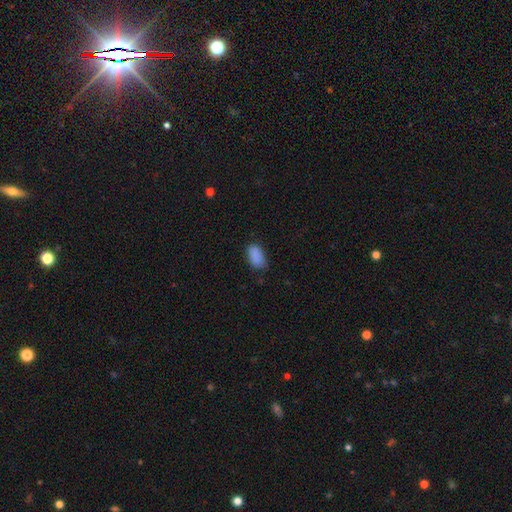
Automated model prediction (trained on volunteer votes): The model was most divided on "merging": none: 74%, minor disturbance: 21%, major disturbance: 4%, merger: 1%. More confident: how rounded — in between (93%); smooth or featured — smooth (88%).